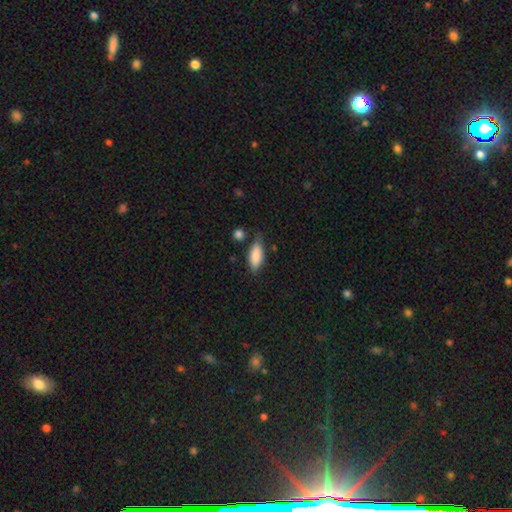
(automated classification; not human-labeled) Morphology: type=smooth (84%); roundness=in between (81%); merging=none (67%).